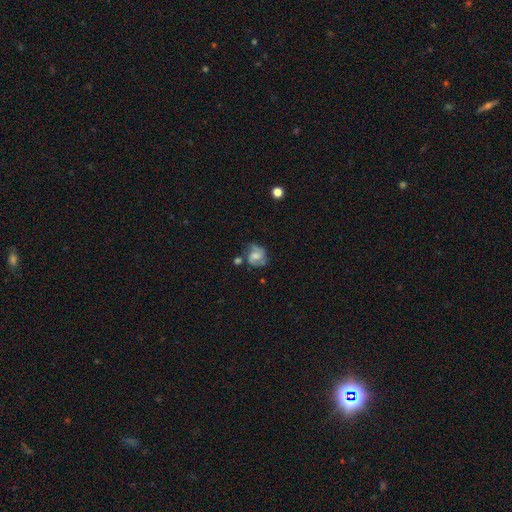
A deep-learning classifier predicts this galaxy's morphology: A featured or disk galaxy (59%) with no bar (50%), 2 (76%) medium (48%) spiral arms (87%) and a moderate central bulge (44%).

Vote fractions:
- Smooth or featured? featured or disk: 59% / smooth: 32% / star or artifact: 9%
- Edge-on disk? no: 97% / yes: 3%
- Bar? no: 50% / weak: 40% / strong: 10%
- Spiral arms? yes: 87% / no: 13%
- Spiral winding? medium: 48% / tight: 27% / loose: 25%
- Spiral arm count? 2: 76% / can't tell: 11% / 3: 6% / 1: 4% / 4: 1% / more than 4: 1%
- Bulge size? moderate: 44% / small: 30% / none: 14% / large: 10% / dominant: 2%
- Merging? none: 55% / minor disturbance: 23% / major disturbance: 11% / merger: 10%